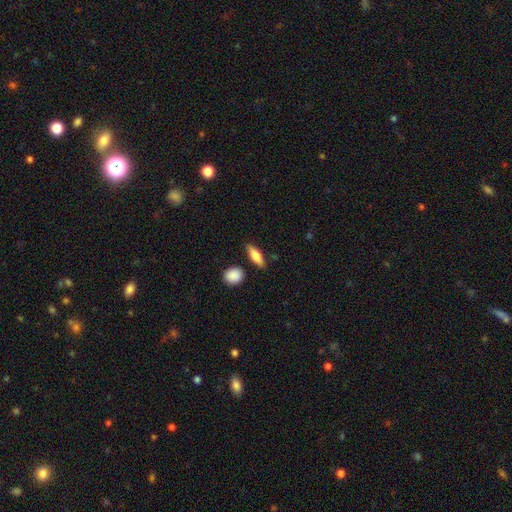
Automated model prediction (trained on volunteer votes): smooth_or_featured: smooth (p=0.72) [alt: featured or disk p=0.21]
how_rounded: in between (p=0.58) [alt: cigar-shaped p=0.37]
merging: none (p=0.81) [alt: minor disturbance p=0.13]